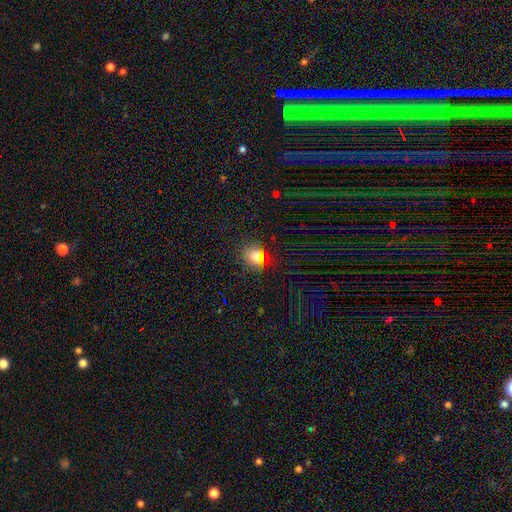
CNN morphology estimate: Smooth or featured? Predicted: smooth (p=0.73). How rounded? Predicted: round (p=0.72). Merging? Predicted: none (p=0.84).